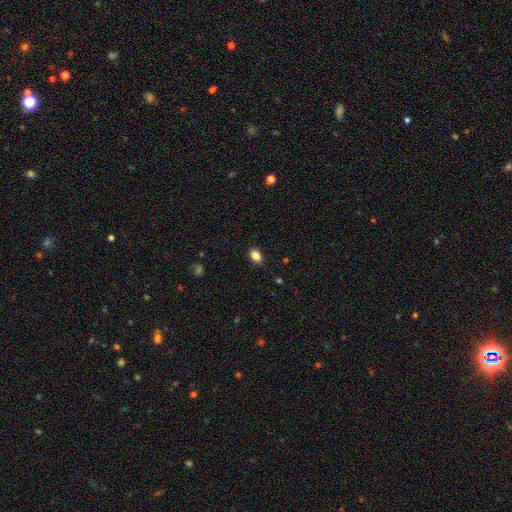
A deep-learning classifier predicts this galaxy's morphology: Smooth or featured? smooth (85%)
How rounded? in between (75%)
Merging? none (84%)